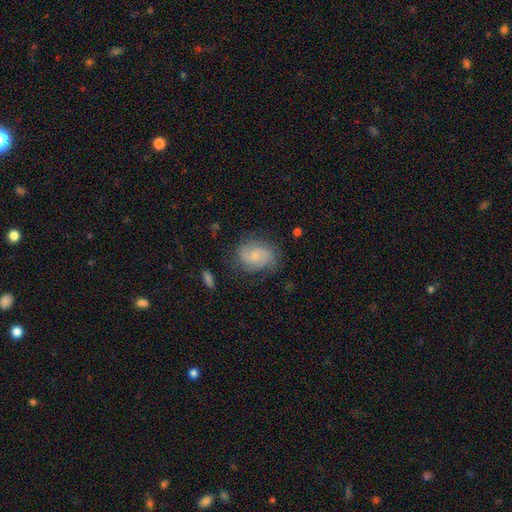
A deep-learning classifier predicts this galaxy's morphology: A featured or disk galaxy (55%) with no bar (66%), spiral arms (88%) and a small central bulge (56%). Merging: none (70%).